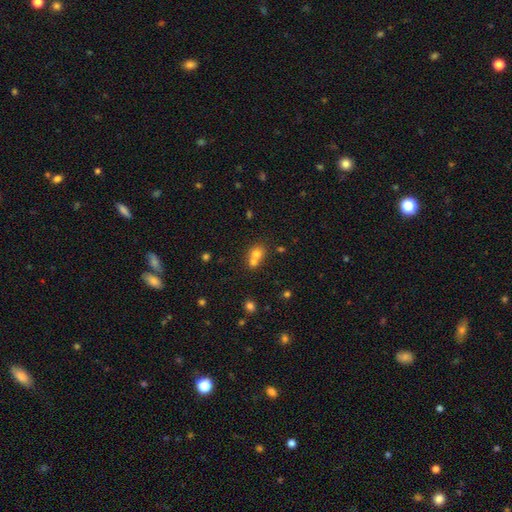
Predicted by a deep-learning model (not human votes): Morphology: type=smooth (71%); roundness=round (71%); merging=merger (61%).